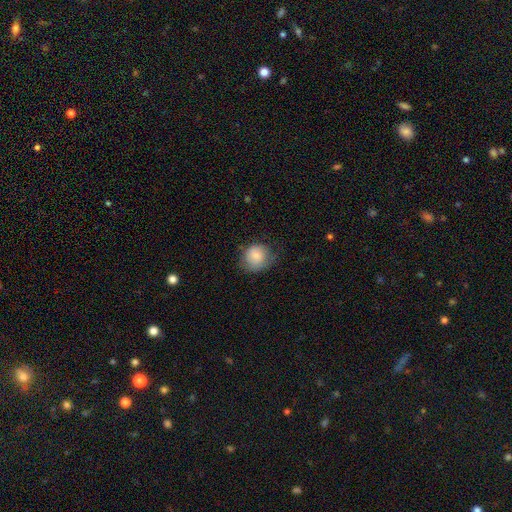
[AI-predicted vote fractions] Smooth or featured?
  - smooth: 80% *
  - featured or disk: 12%
  - star or artifact: 8%
How rounded?
  - round: 80% *
  - in between: 20%
  - cigar-shaped: 1%
Merging?
  - none: 64% *
  - minor disturbance: 26%
  - major disturbance: 9%
  - merger: 1%